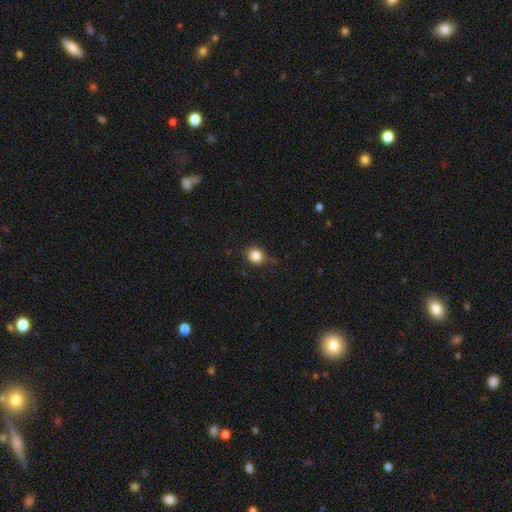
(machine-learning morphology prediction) This is clearly a smooth galaxy (84%). How rounded: likely round (79%). Merging: likely none (79%).